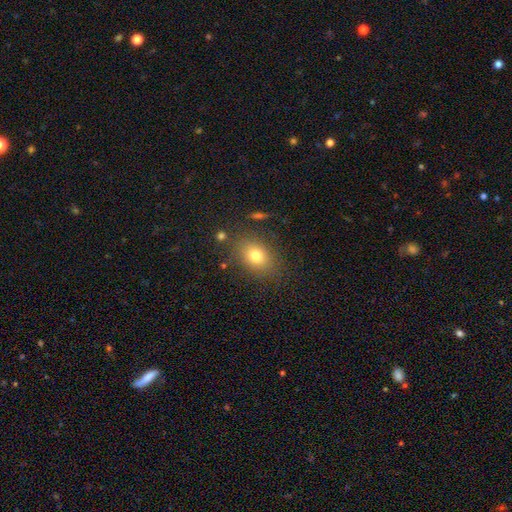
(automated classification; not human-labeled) A smooth galaxy with no disk features (77%) that is in between round and cigar-shaped (70%).

Vote fractions:
- Smooth or featured? smooth: 77% / star or artifact: 12% / featured or disk: 11%
- How rounded? in between: 70% / round: 29% / cigar-shaped: 2%
- Merging? none: 81% / minor disturbance: 12% / major disturbance: 5% / merger: 3%